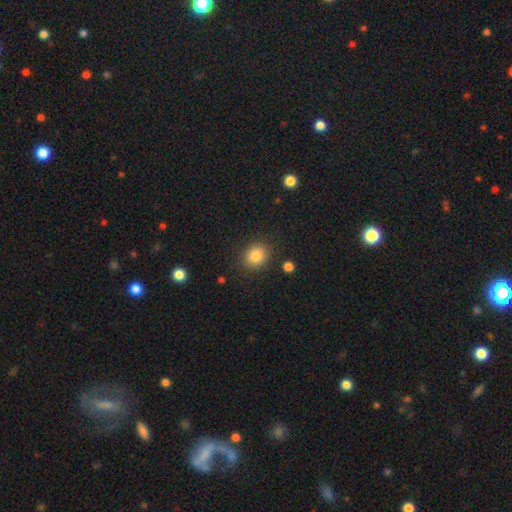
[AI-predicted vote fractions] The model was most divided on "how rounded": round: 68%, in between: 31%, cigar-shaped: 1%. More confident: merging — none (86%); smooth or featured — smooth (84%).